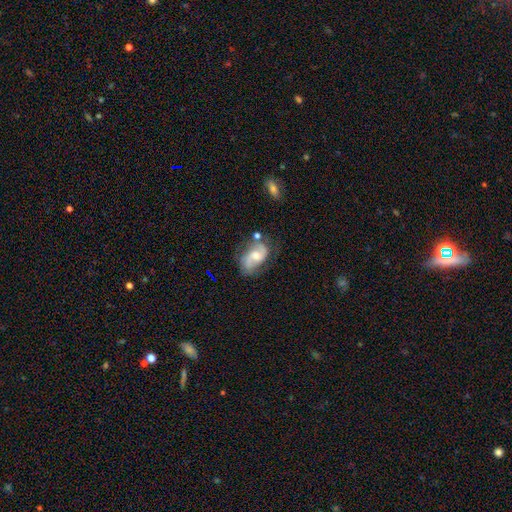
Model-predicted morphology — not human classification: Overall: featured or disk (72%). Edge-on disk: no (97%). Bar: no (52%; weak 40%). Spiral arms: yes (92%). Spiral arm count: 2 (84%). Spiral winding: medium (47%; loose 34%). Bulge size: moderate (58%; small 28%). Merging: none (58%; minor disturbance 24%).